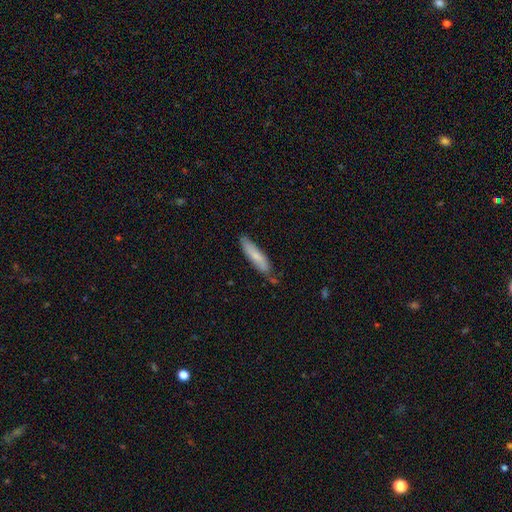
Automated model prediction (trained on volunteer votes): smooth 70%, featured or disk 24%, star or artifact 6%. Down the decision tree: how rounded — cigar-shaped (78%); merging — none (70%).